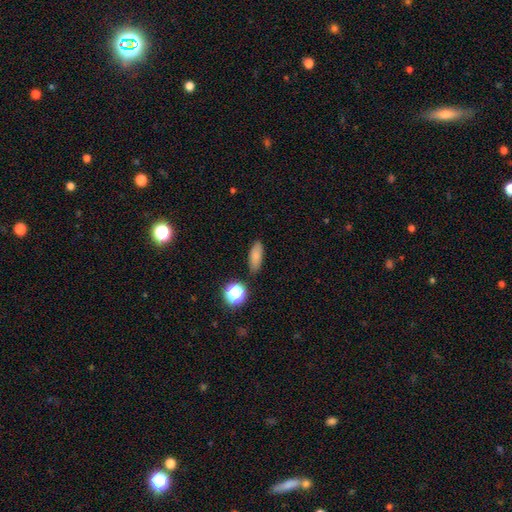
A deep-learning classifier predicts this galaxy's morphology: The model was most divided on "how rounded": in between: 70%, cigar-shaped: 23%, round: 7%. More confident: merging — none (83%); smooth or featured — smooth (79%).